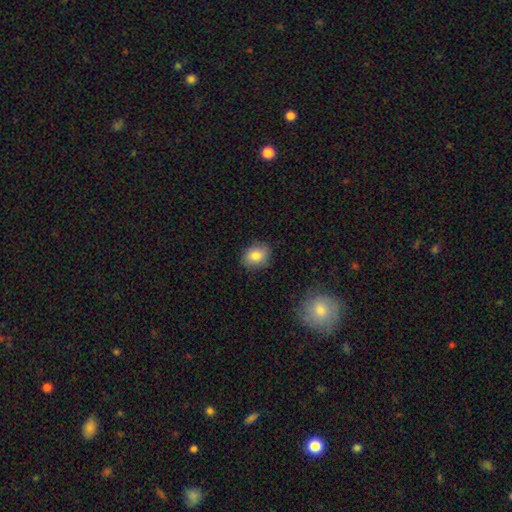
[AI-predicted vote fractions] A smooth galaxy with no disk features (81%) that is in between round and cigar-shaped (54%).

Vote fractions:
- Smooth or featured? smooth: 81% / featured or disk: 11% / star or artifact: 8%
- How rounded? in between: 54% / round: 45% / cigar-shaped: 1%
- Merging? none: 83% / minor disturbance: 13% / major disturbance: 3% / merger: 1%